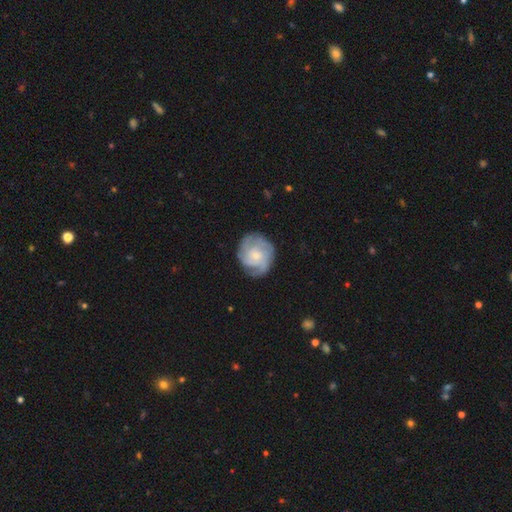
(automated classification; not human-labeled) smooth-or-featured: featured or disk: 76% | smooth: 18% | star or artifact: 6%
  disk-edge-on: no: 98% | yes: 2%
    bar: no: 73% | weak: 24% | strong: 3%
    has-spiral-arms: yes: 94% | no: 6%
      spiral-winding: tight: 56% | medium: 34% | loose: 10%
      spiral-arm-count: 3: 30% | can't tell: 28% | 4: 16% | 2: 14% | more than 4: 6% | 1: 6%
    bulge-size: small: 60% | moderate: 34% | none: 3% | large: 2% | dominant: 1%
  merging: none: 74% | minor disturbance: 18% | major disturbance: 7% | merger: 1%